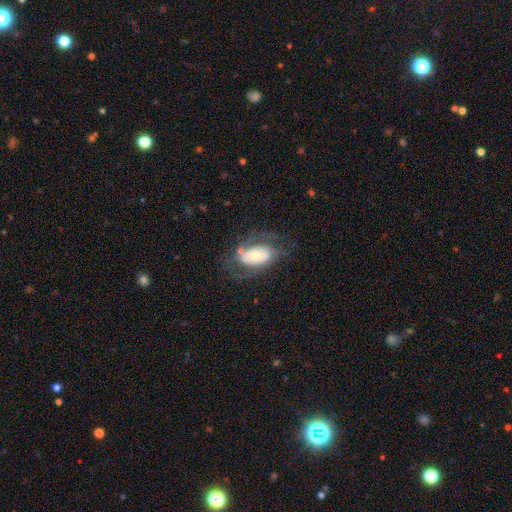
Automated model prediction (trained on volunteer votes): Smooth or featured? Predicted: featured or disk (p=0.59). Edge-on disk? Predicted: no (p=0.93). Bar? Predicted: no (p=0.57). Spiral arms? Predicted: yes (p=0.71). Bulge size? Predicted: moderate (p=0.44). Merging? Predicted: none (p=0.54).